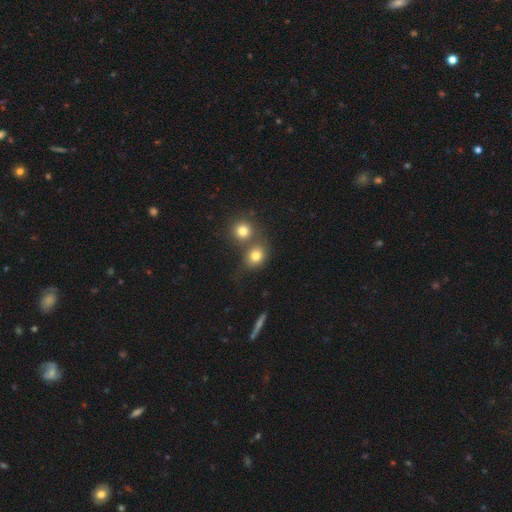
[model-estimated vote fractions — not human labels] Smooth or featured: smooth — 78% (star or artifact — 12%)
How rounded: round — 70% (in between — 29%)
Merging: none — 51% (merger — 36%)